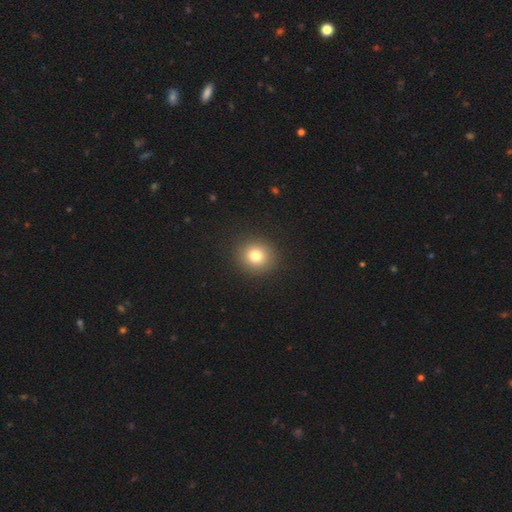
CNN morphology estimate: A smooth galaxy with no disk features (79%) that is round (87%). Merging: none (91%).